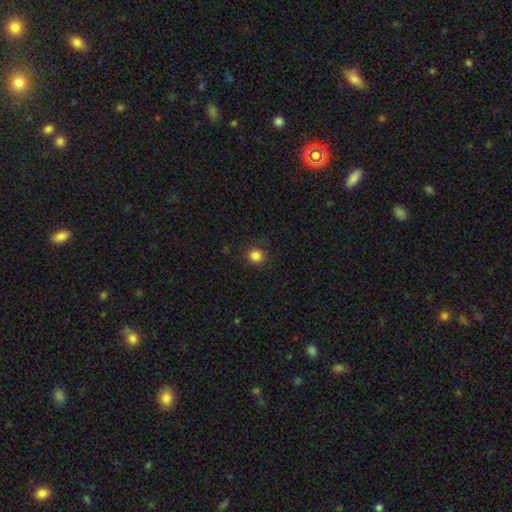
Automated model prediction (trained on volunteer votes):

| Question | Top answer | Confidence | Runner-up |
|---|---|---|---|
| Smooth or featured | smooth | 85% | star or artifact (11%) |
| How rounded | round | 88% | in between (11%) |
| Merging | none | 88% | minor disturbance (8%) |